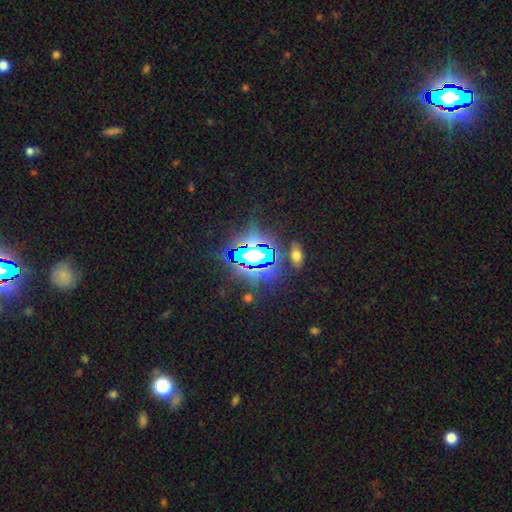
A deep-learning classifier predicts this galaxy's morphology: smooth_or_featured: star or artifact (p=0.68) [alt: smooth p=0.19]